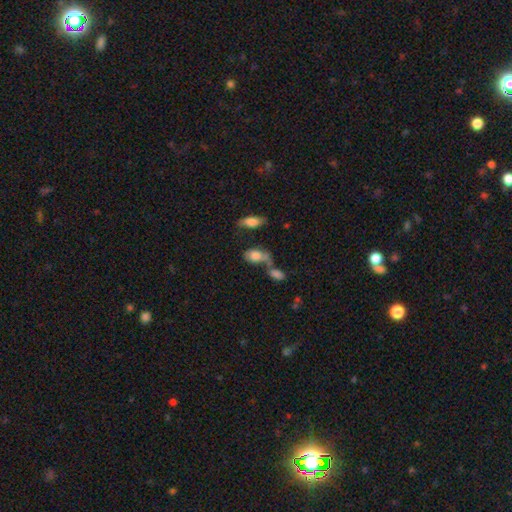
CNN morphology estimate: Smooth or featured: smooth — 76% (featured or disk — 14%)
How rounded: in between — 83% (round — 12%)
Merging: merger — 40% (none — 32%)